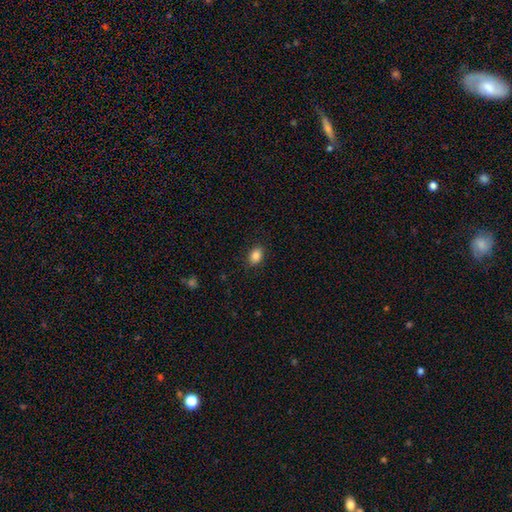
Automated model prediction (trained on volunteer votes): This is clearly a smooth galaxy (86%). How rounded: likely in between (79%). Merging: clearly none (88%).